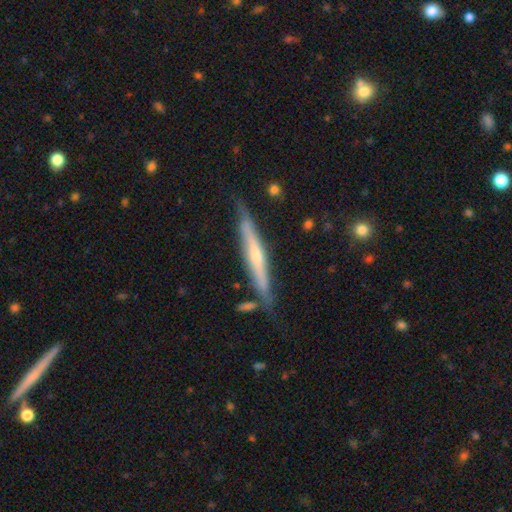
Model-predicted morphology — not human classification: A featured or disk galaxy (67%) viewed edge-on (94%) with a rounded central bulge (56%). Merging: none (77%).